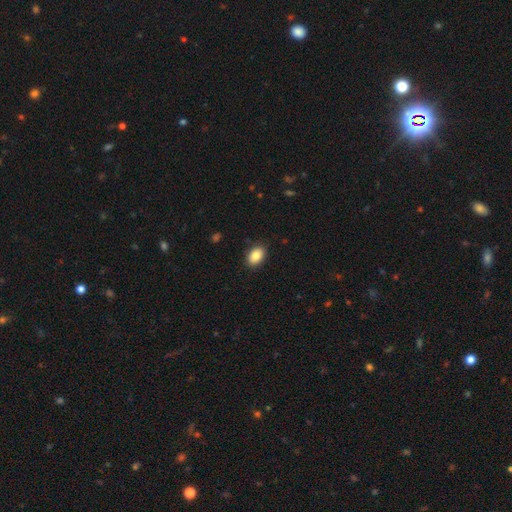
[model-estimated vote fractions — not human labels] Morphology: type=smooth (86%); roundness=in between (84%); merging=none (88%).